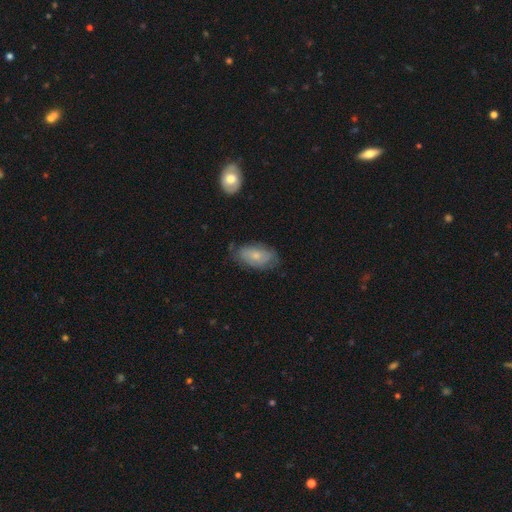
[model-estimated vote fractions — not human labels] Overall: smooth (57%; featured or disk 36%). How rounded: in between (92%). Merging: none (63%; minor disturbance 28%).